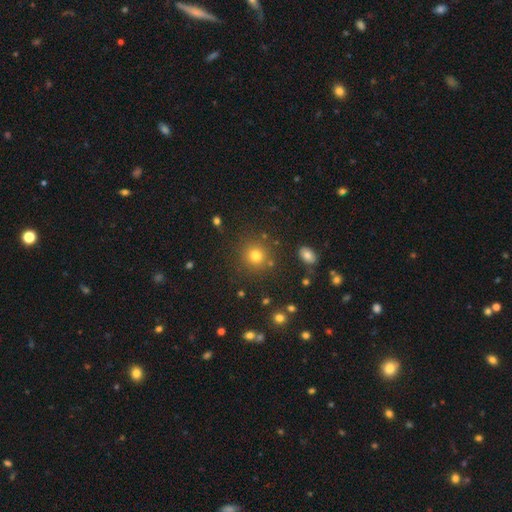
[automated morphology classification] smooth-or-featured: smooth: 77% | star or artifact: 16% | featured or disk: 7%
  how-rounded: round: 91% | in between: 8% | cigar-shaped: 1%
  merging: none: 85% | minor disturbance: 8% | merger: 4% | major disturbance: 3%